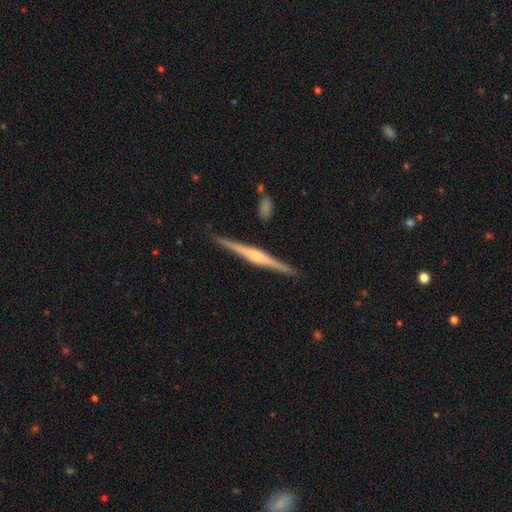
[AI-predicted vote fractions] Morphology: type=featured or disk (78%); edge-on=yes (98%); edge-on bulge=rounded (65%); merging=none (90%).